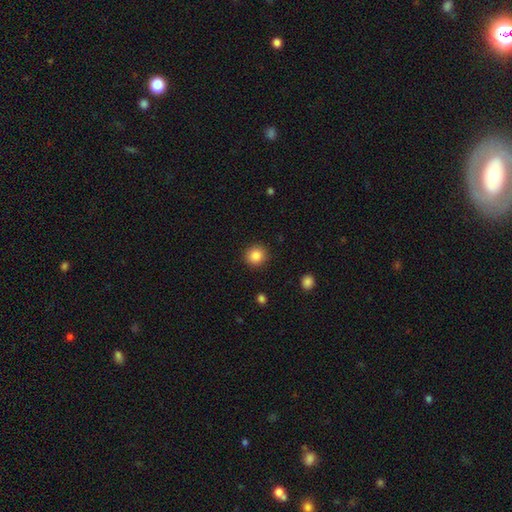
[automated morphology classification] A smooth galaxy with no disk features (87%) that is round (92%).

Vote fractions:
- Smooth or featured? smooth: 87% / star or artifact: 9% / featured or disk: 4%
- How rounded? round: 92% / in between: 7% / cigar-shaped: 1%
- Merging? none: 91% / minor disturbance: 6% / major disturbance: 2% / merger: 1%